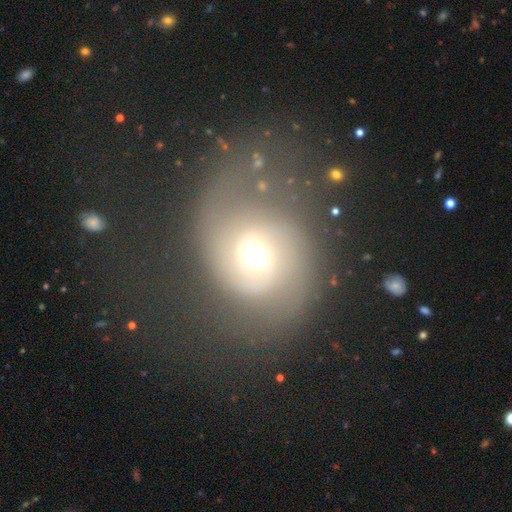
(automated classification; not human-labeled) featured or disk 66%, smooth 23%, star or artifact 12%. Down the decision tree: edge-on disk — no (97%); bar — no (62%); spiral arms — yes (85%); spiral arm count — 2 (76%); spiral winding — medium (44%); bulge size — moderate (64%); merging — none (51%).